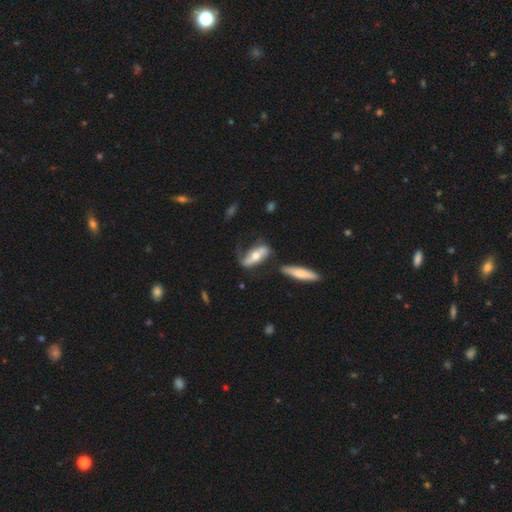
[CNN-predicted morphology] Smooth or featured: featured or disk — 59% (smooth — 35%)
Edge-on disk: no — 67% (yes — 33%)
Merging: none — 49% (minor disturbance — 26%)